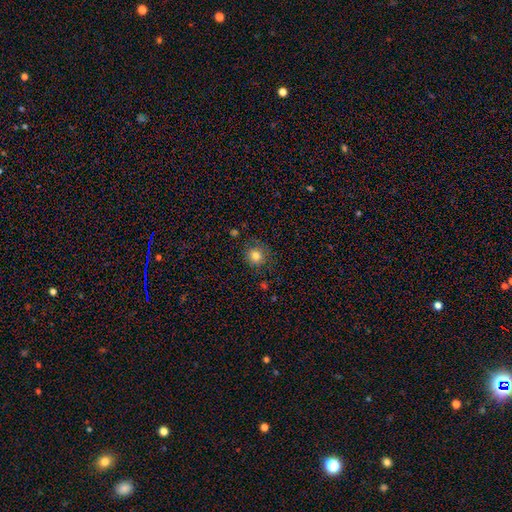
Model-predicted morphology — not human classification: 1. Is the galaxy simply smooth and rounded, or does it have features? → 81% smooth, 11% star or artifact, 7% featured or disk.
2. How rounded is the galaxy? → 87% round, 12% in between, 1% cigar-shaped.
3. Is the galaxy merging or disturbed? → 79% none, 14% minor disturbance, 5% major disturbance, 2% merger.